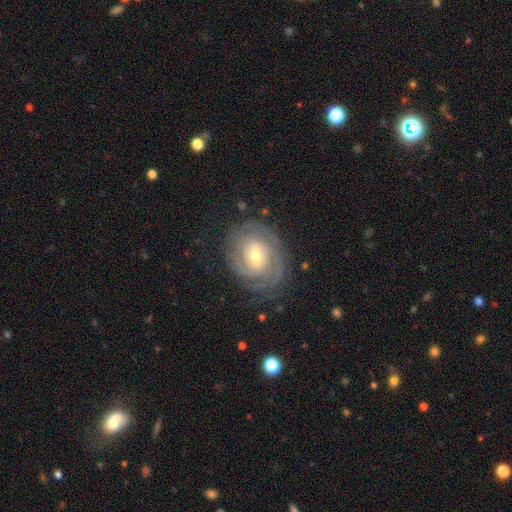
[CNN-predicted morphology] This is clearly a featured or disk galaxy (87%). It is clearly not viewed edge-on (97%). Bar: possibly weak (49%). Spiral arm pattern: clearly yes (96%). Spiral arm count: marginally 2 (35%). Spiral winding: likely tight (78%). Central bulge: possibly moderate (51%). Merging: likely none (75%).